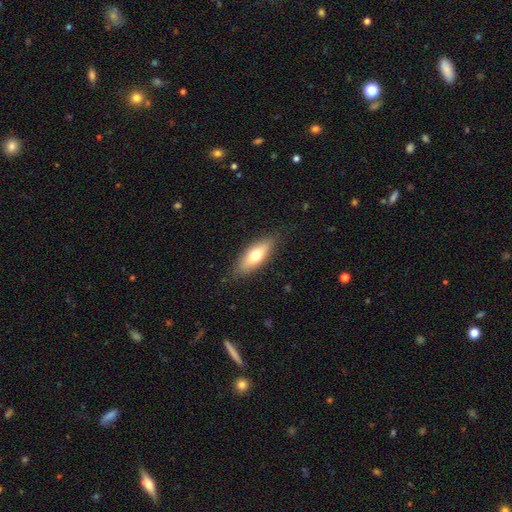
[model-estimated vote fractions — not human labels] A smooth galaxy with no disk features (68%) that is in between round and cigar-shaped (67%). Merging: none (84%).